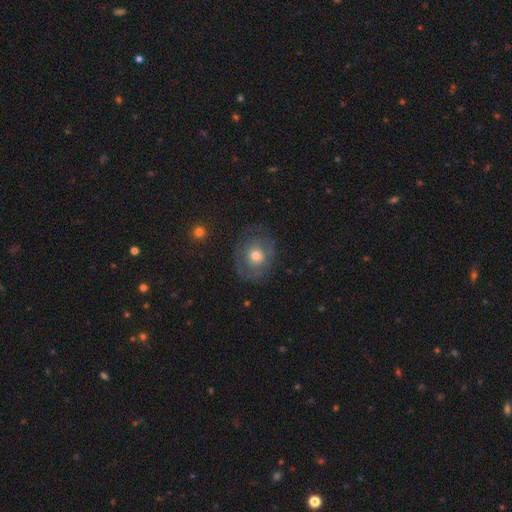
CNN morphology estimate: Smooth or featured? Predicted: smooth (p=0.54). How rounded? Predicted: round (p=0.70). Merging? Predicted: none (p=0.69).